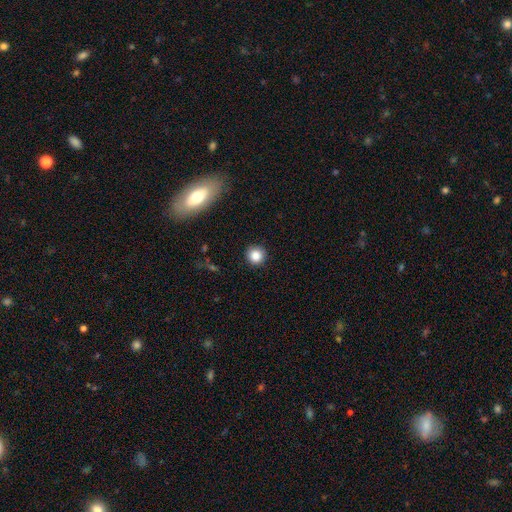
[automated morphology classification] The model was most divided on "smooth or featured": smooth: 85%, star or artifact: 11%, featured or disk: 4%. More confident: how rounded — round (93%); merging — none (89%).